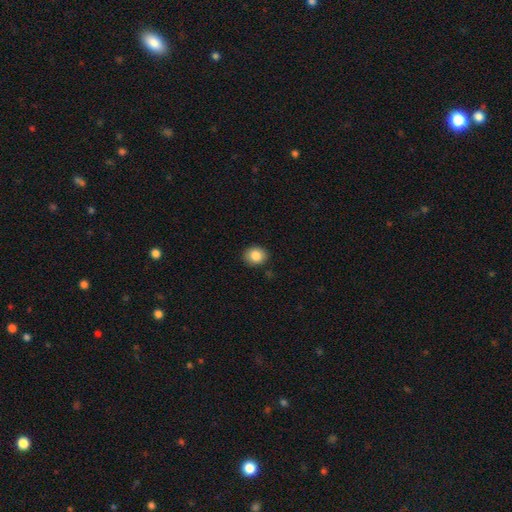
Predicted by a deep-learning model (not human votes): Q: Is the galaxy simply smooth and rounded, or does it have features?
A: smooth — 85%.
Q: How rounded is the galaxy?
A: round — 65%.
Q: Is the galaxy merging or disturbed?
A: none — 89%.